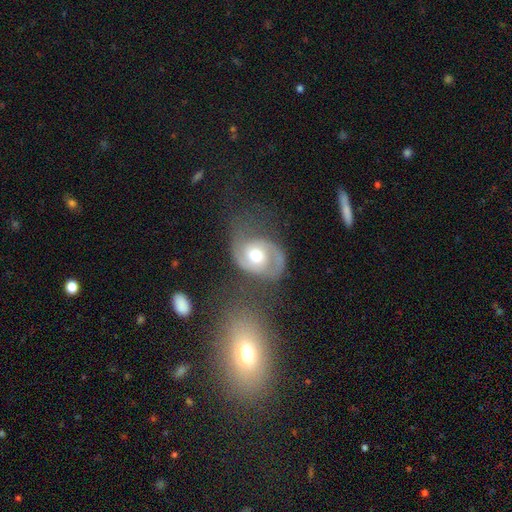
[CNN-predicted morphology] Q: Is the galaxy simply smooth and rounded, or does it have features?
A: featured or disk — 83%.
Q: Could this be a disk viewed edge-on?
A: no — 97%.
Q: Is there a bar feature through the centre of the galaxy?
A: no — 61%.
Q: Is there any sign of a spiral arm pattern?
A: yes — 95%.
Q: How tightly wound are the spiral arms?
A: medium — 47%.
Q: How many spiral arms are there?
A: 2 — 82%.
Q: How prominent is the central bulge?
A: moderate — 73%.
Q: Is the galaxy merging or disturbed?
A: none — 53%.